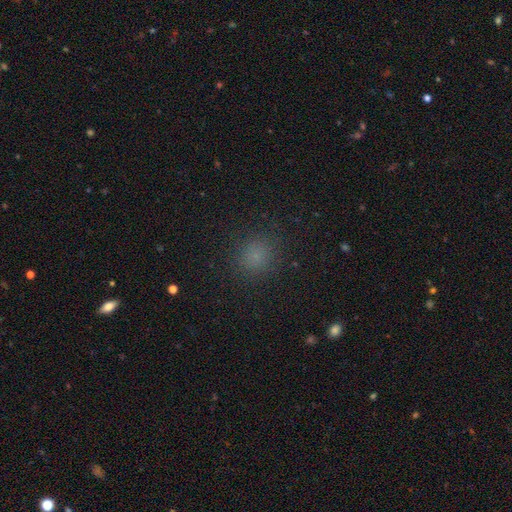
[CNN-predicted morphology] A smooth galaxy with no disk features (77%) that is round (84%). Merging: none (88%).